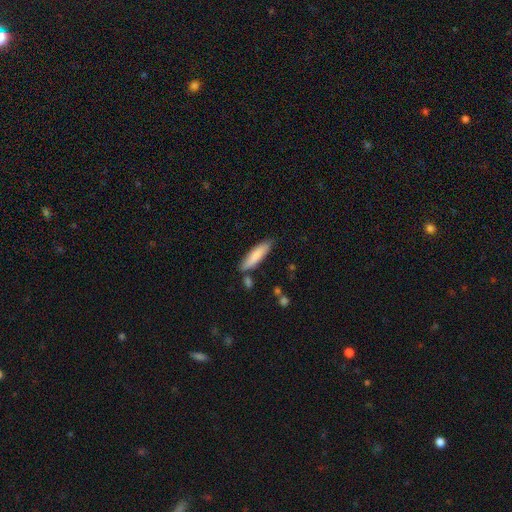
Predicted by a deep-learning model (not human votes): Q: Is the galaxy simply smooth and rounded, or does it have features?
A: smooth — 82%.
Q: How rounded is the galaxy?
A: cigar-shaped — 68%.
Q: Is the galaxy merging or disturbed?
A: none — 77%.